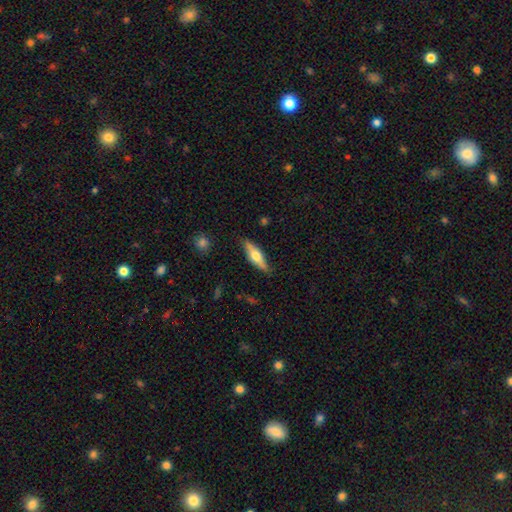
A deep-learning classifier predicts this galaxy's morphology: smooth-or-featured: featured or disk: 51% | smooth: 44% | star or artifact: 6%
  disk-edge-on: yes: 91% | no: 9%
  merging: none: 85% | minor disturbance: 11% | major disturbance: 2% | merger: 1%